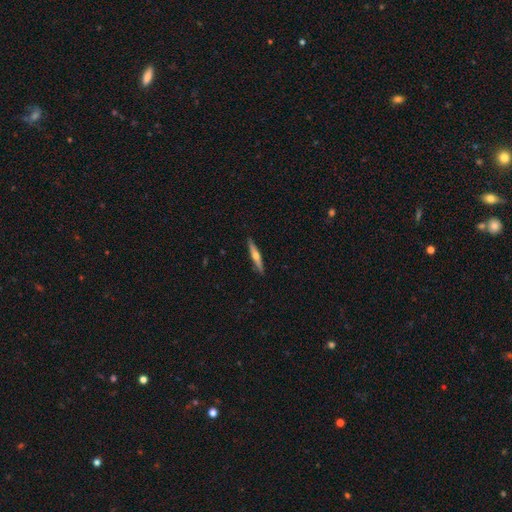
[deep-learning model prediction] Smooth or featured: featured or disk — 59% (smooth — 36%)
Edge-on disk: yes — 96% (no — 4%)
Edge-on bulge: rounded — 89% (none — 8%)
Merging: none — 90% (minor disturbance — 7%)